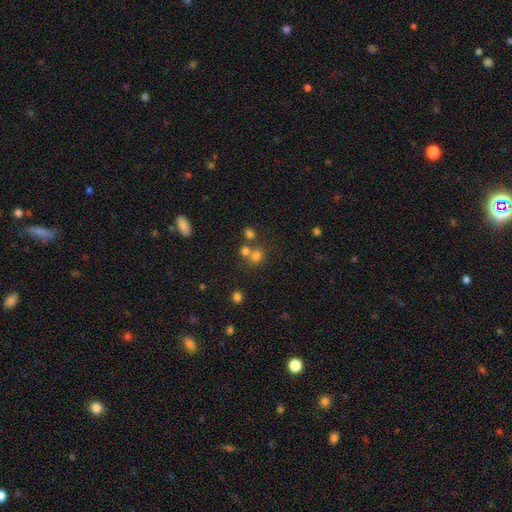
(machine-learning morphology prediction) type=smooth (71%); roundness=round (75%); merging=none (50%).